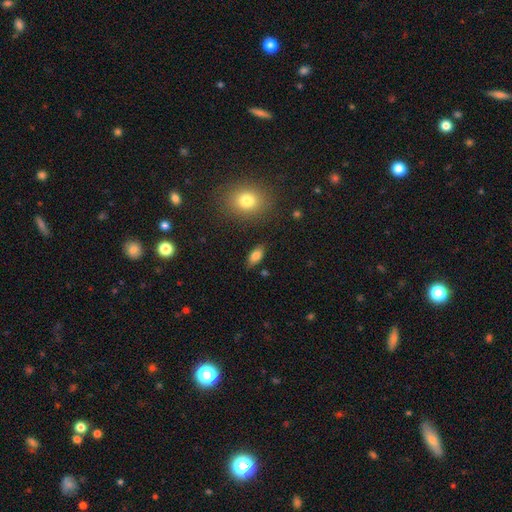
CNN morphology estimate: Smooth or featured: smooth — 82% (featured or disk — 10%)
How rounded: in between — 89% (cigar-shaped — 7%)
Merging: none — 85% (minor disturbance — 10%)